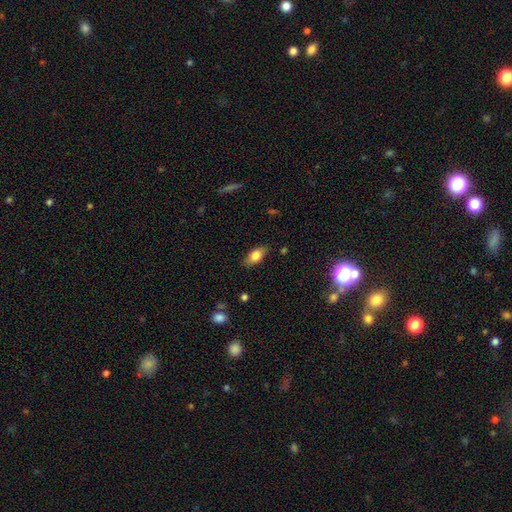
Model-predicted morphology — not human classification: Smooth or featured: smooth — 77% (featured or disk — 15%)
How rounded: in between — 87% (cigar-shaped — 8%)
Merging: none — 84% (minor disturbance — 12%)